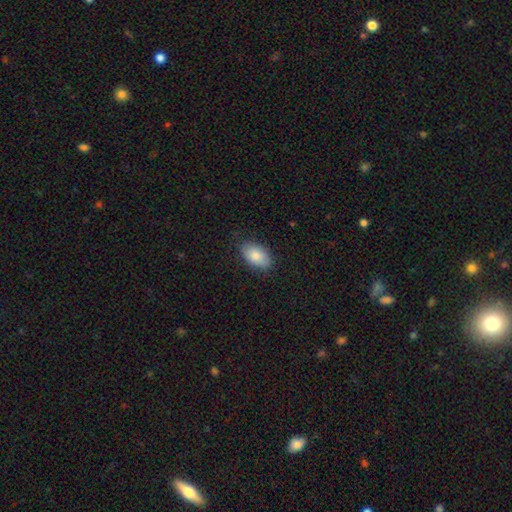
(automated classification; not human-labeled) smooth_or_featured: smooth (p=0.84) [alt: featured or disk p=0.10]
how_rounded: in between (p=0.93) [alt: round p=0.06]
merging: none (p=0.82) [alt: minor disturbance p=0.14]